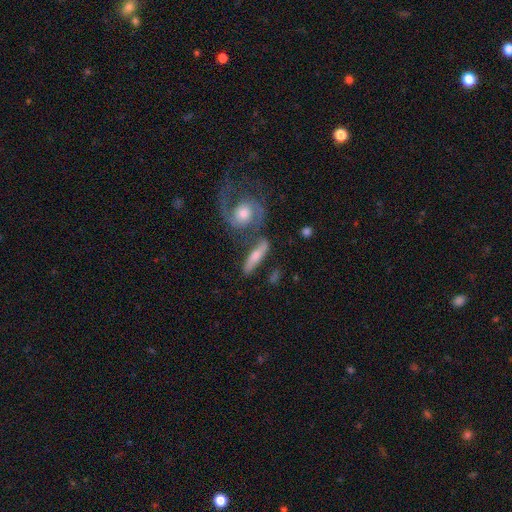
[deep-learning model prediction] Smooth or featured? Predicted: featured or disk (p=0.48). Merging? Predicted: none (p=0.53).